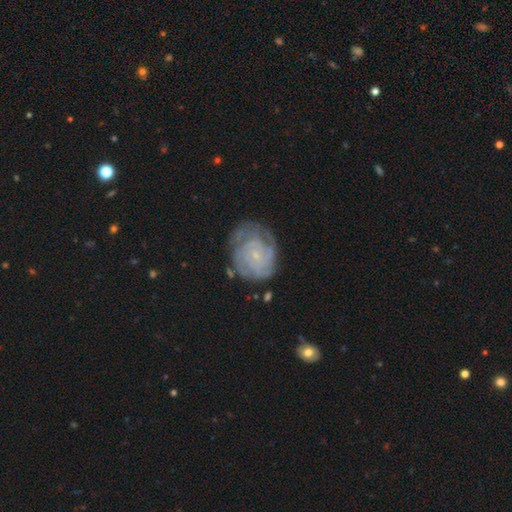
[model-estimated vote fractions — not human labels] Smooth or featured?
  - featured or disk: 81% *
  - smooth: 12%
  - star or artifact: 7%
Edge-on disk?
  - no: 98% *
  - yes: 2%
Bar?
  - no: 74% *
  - weak: 22%
  - strong: 4%
Spiral arms?
  - yes: 94% *
  - no: 6%
Spiral winding?
  - tight: 74% *
  - medium: 21%
  - loose: 5%
Spiral arm count?
  - can't tell: 38% *
  - 3: 18%
  - 4: 16%
  - 2: 15%
  - more than 4: 7%
  - 1: 6%
Bulge size?
  - small: 82% *
  - moderate: 11%
  - none: 6%
  - large: 1%
  - dominant: 1%
Merging?
  - none: 65% *
  - minor disturbance: 22%
  - major disturbance: 10%
  - merger: 2%